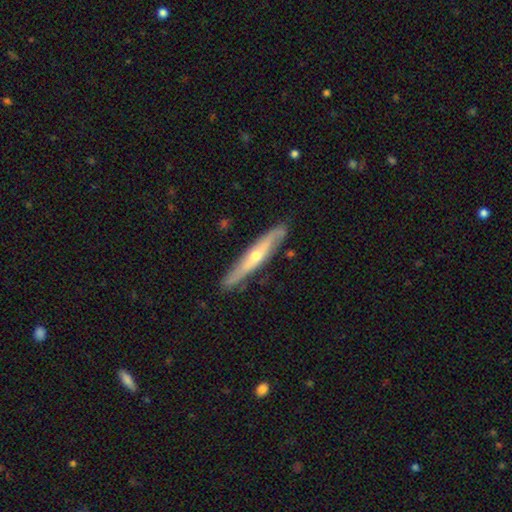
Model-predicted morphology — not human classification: Q: Smooth or featured?
A: featured or disk (69%); runner-up: smooth (25%)
Q: Edge-on disk?
A: yes (85%); runner-up: no (15%)
Q: Edge-on bulge?
A: rounded (79%); runner-up: none (18%)
Q: Merging?
A: none (86%); runner-up: minor disturbance (11%)